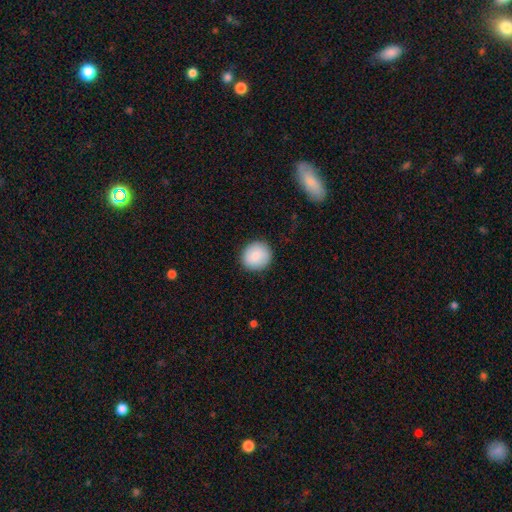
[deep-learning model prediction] This is clearly a smooth galaxy (85%). How rounded: clearly round (88%). Merging: clearly none (90%).